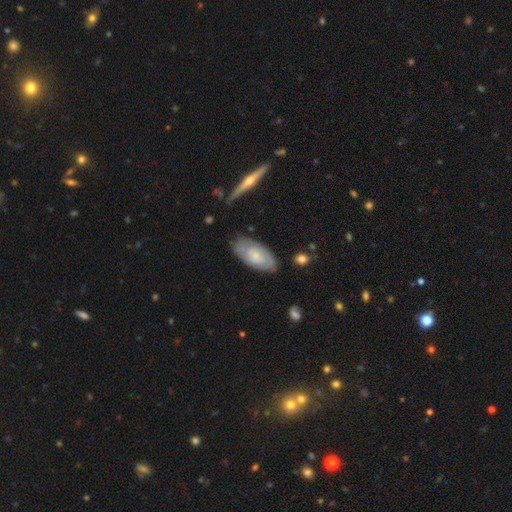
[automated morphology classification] Smooth or featured: featured or disk — 50% (smooth — 44%)
Merging: none — 75% (minor disturbance — 18%)